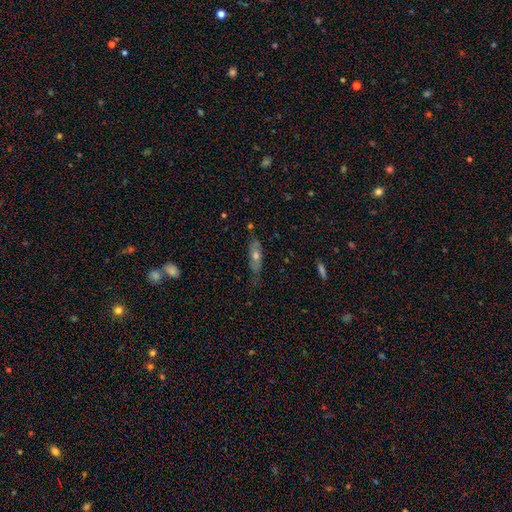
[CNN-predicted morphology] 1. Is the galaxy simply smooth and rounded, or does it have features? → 46% smooth, 45% featured or disk, 10% star or artifact.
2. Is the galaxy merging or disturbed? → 63% none, 27% minor disturbance, 7% major disturbance, 2% merger.